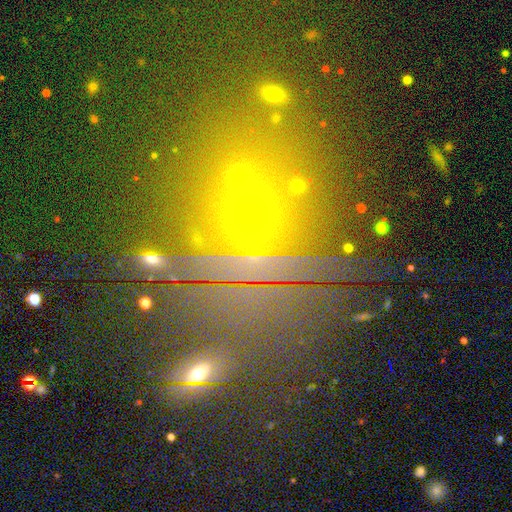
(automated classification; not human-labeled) smooth_or_featured: star or artifact (p=0.62) [alt: smooth p=0.26]